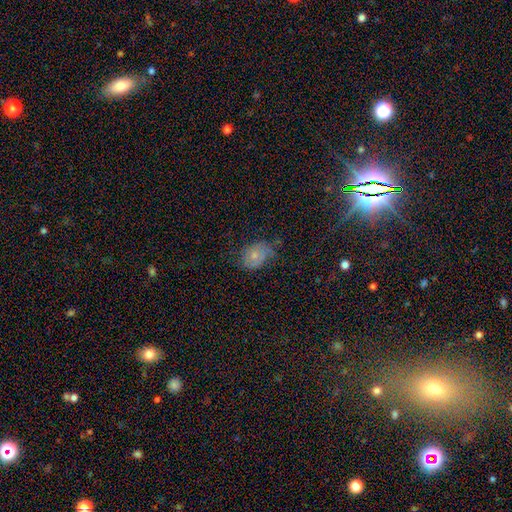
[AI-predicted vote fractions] smooth-or-featured: smooth: 61% | featured or disk: 28% | star or artifact: 11%
  how-rounded: in between: 74% | round: 25% | cigar-shaped: 1%
  merging: none: 55% | minor disturbance: 32% | major disturbance: 11% | merger: 2%